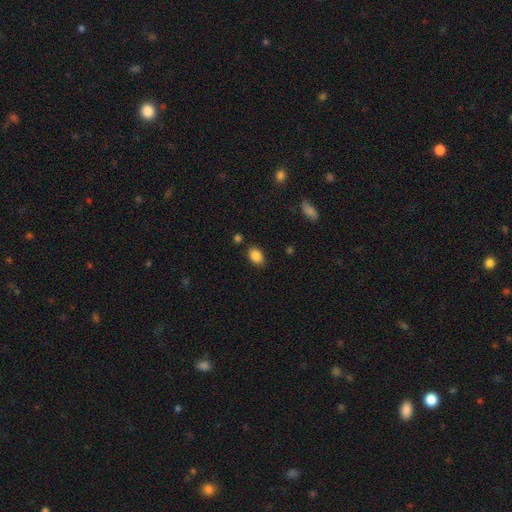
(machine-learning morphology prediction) A smooth galaxy with no disk features (87%) that is in between round and cigar-shaped (81%).

Vote fractions:
- Smooth or featured? smooth: 87% / star or artifact: 9% / featured or disk: 4%
- How rounded? in between: 81% / round: 18% / cigar-shaped: 1%
- Merging? none: 82% / minor disturbance: 12% / merger: 3% / major disturbance: 3%